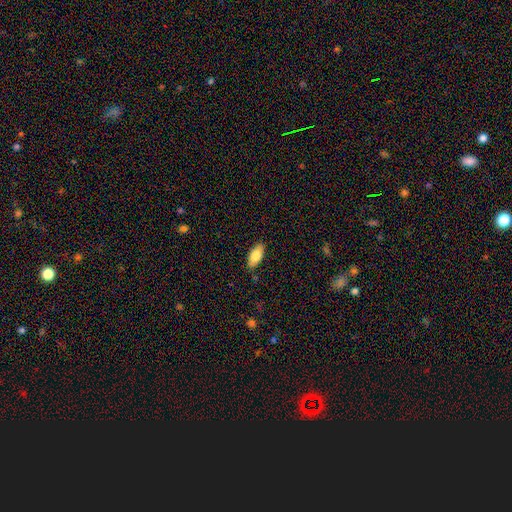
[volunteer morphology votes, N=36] smooth-or-featured: smooth: 86% | featured or disk: 11% | star or artifact: 3%
  how-rounded: in between: 87% | cigar-shaped: 13% | round: 0%
  merging: none: 86% | minor disturbance: 11% | major disturbance: 3% | merger: 0%